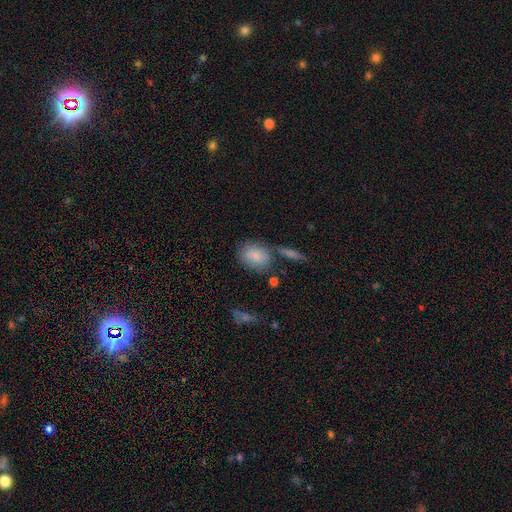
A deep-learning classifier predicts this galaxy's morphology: Q: Smooth or featured?
A: smooth (84%); runner-up: featured or disk (8%)
Q: How rounded?
A: in between (70%); runner-up: round (27%)
Q: Merging?
A: none (64%); runner-up: minor disturbance (18%)